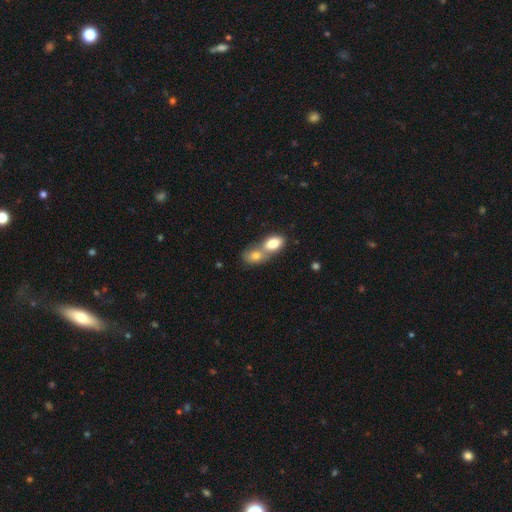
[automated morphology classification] Smooth or featured?
  - smooth: 78% *
  - featured or disk: 14%
  - star or artifact: 8%
How rounded?
  - in between: 73% *
  - round: 25%
  - cigar-shaped: 2%
Merging?
  - merger: 72% *
  - none: 19%
  - minor disturbance: 6%
  - major disturbance: 3%